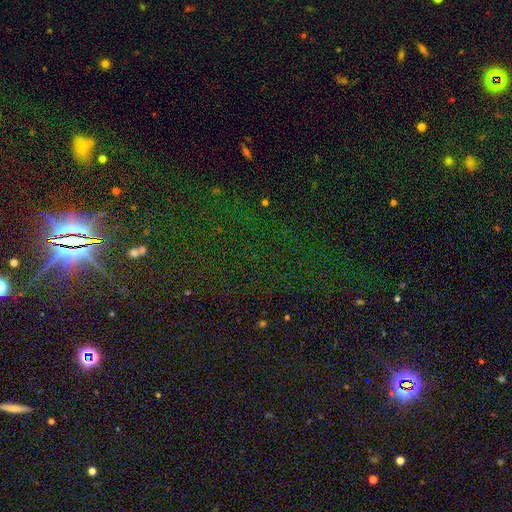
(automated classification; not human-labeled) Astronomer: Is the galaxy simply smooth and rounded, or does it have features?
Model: star or artifact — 83%.